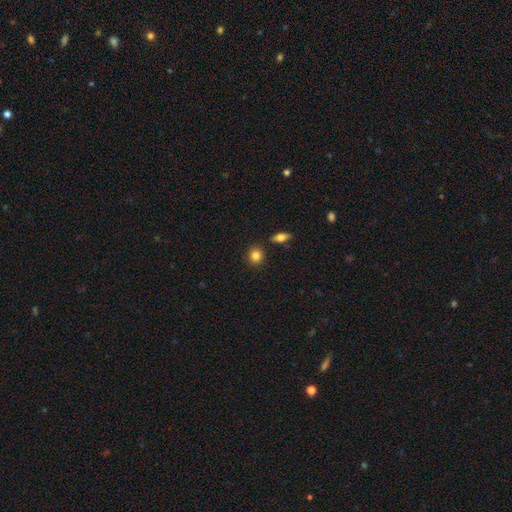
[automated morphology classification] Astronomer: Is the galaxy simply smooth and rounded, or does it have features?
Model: smooth — 85%.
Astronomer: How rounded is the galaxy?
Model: round — 83%.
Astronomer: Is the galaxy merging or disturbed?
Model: none — 86%.